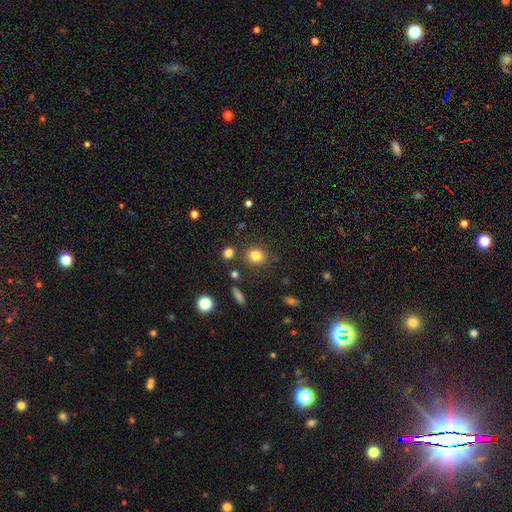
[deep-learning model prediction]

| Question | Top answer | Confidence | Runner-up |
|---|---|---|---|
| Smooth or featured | smooth | 82% | star or artifact (12%) |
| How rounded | round | 68% | in between (30%) |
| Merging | none | 82% | minor disturbance (10%) |